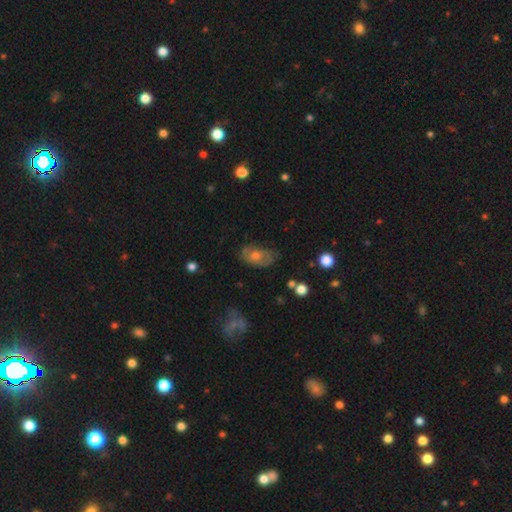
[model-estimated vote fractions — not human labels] Morphology: type=smooth (47%); merging=none (62%).